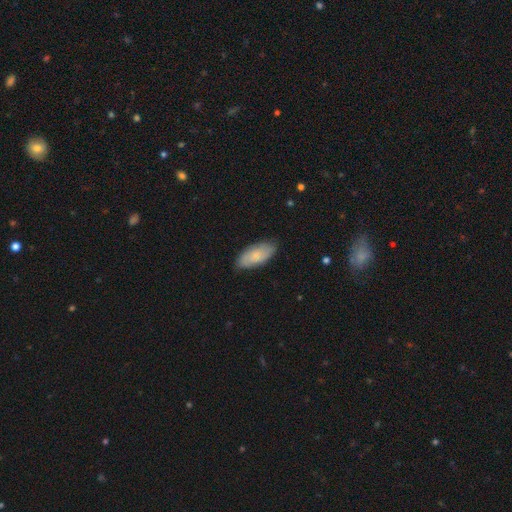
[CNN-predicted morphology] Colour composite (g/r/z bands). It shows a smooth galaxy with no disk features (69%) that is in between round and cigar-shaped (89%). Merging: none (82%).